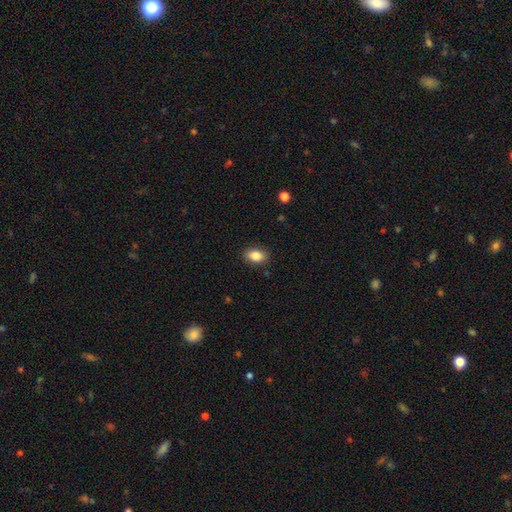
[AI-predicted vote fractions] The model was most divided on "how rounded": in between: 85%, round: 13%, cigar-shaped: 2%. More confident: merging — none (88%); smooth or featured — smooth (86%).